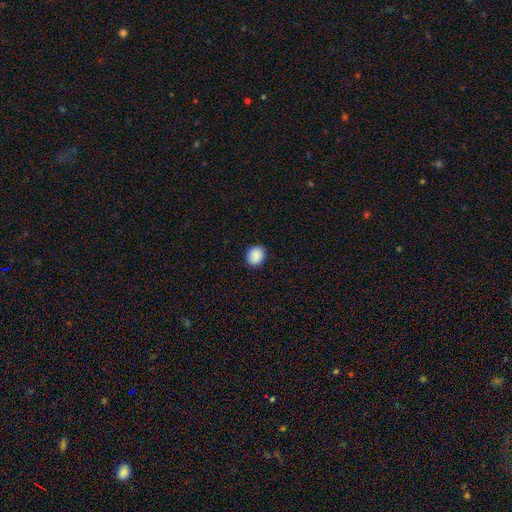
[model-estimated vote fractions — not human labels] This appears to be a smooth galaxy with no disk features (90%) that is round (64%). Merging: none (91%).